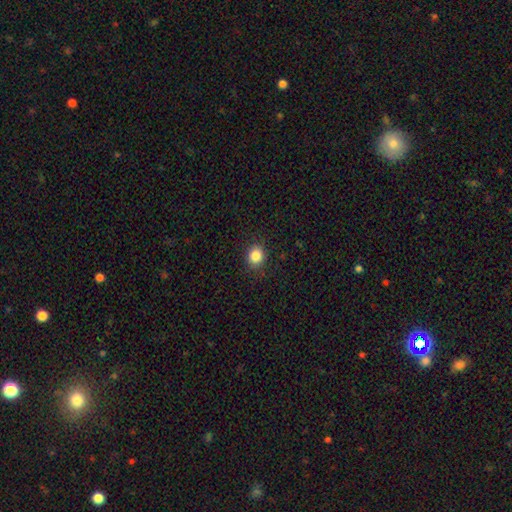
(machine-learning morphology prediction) This is clearly a smooth galaxy (85%). How rounded: likely round (73%). Merging: clearly none (89%).